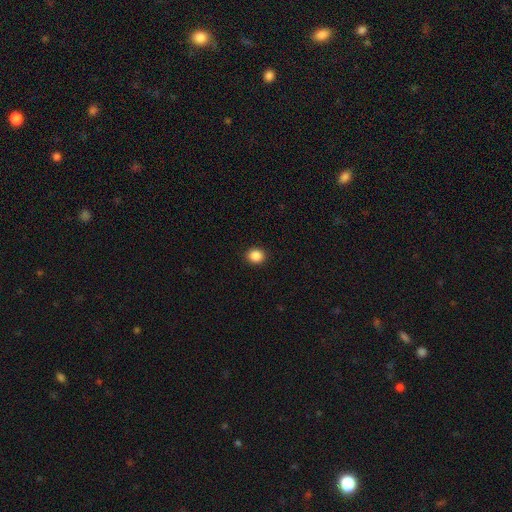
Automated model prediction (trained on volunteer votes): Smooth or featured: smooth — 88% (star or artifact — 9%)
How rounded: round — 77% (in between — 22%)
Merging: none — 92% (minor disturbance — 5%)